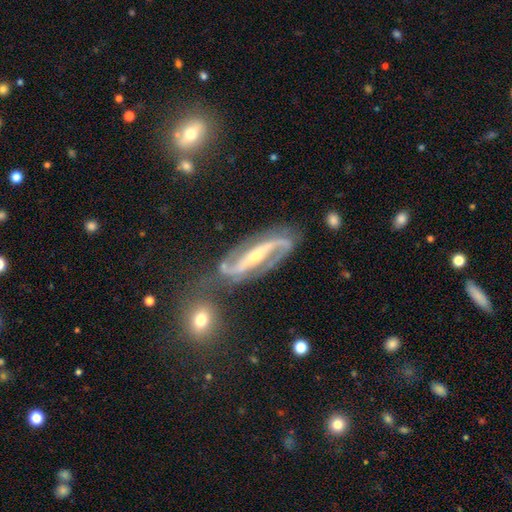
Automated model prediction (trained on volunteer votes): Smooth or featured?
  - featured or disk: 91% *
  - star or artifact: 5%
  - smooth: 4%
Edge-on disk?
  - no: 90% *
  - yes: 10%
Bar?
  - strong: 66% *
  - weak: 20%
  - no: 14%
Spiral arms?
  - yes: 97% *
  - no: 3%
Spiral winding?
  - medium: 49% *
  - loose: 28%
  - tight: 23%
Spiral arm count?
  - 2: 93% *
  - can't tell: 2%
  - 1: 1%
  - 3: 1%
  - 4: 1%
  - more than 4: 1%
Bulge size?
  - small: 56% *
  - moderate: 39%
  - large: 2%
  - none: 1%
  - dominant: 1%
Merging?
  - none: 73% *
  - minor disturbance: 16%
  - major disturbance: 7%
  - merger: 5%